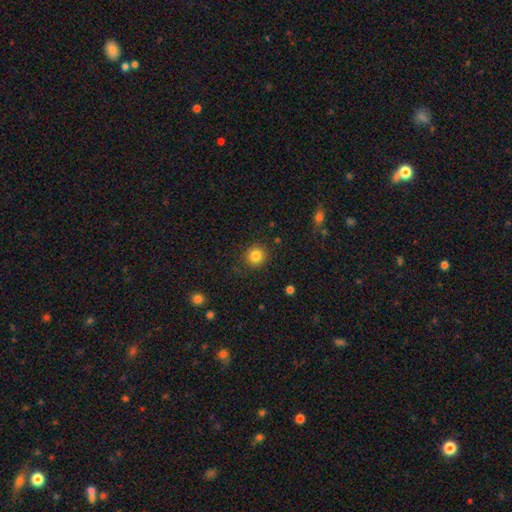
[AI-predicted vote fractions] Smooth or featured?
  - smooth: 83% *
  - star or artifact: 11%
  - featured or disk: 6%
How rounded?
  - round: 90% *
  - in between: 9%
  - cigar-shaped: 1%
Merging?
  - none: 87% *
  - minor disturbance: 9%
  - major disturbance: 3%
  - merger: 1%